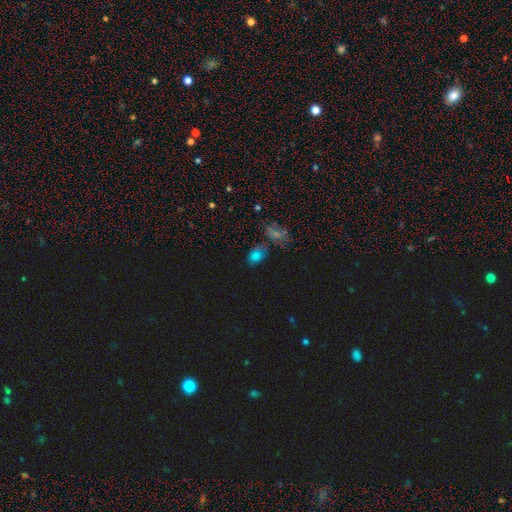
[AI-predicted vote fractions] Q: Smooth or featured?
A: smooth (59%); runner-up: star or artifact (31%)
Q: How rounded?
A: in between (77%); runner-up: round (21%)
Q: Merging?
A: none (58%); runner-up: minor disturbance (18%)